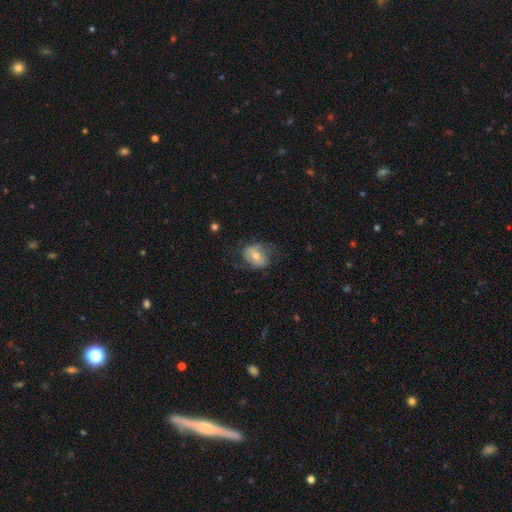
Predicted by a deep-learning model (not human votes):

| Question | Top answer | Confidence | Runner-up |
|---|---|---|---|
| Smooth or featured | smooth | 55% | featured or disk (37%) |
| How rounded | in between | 62% | round (37%) |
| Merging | none | 54% | minor disturbance (27%) |